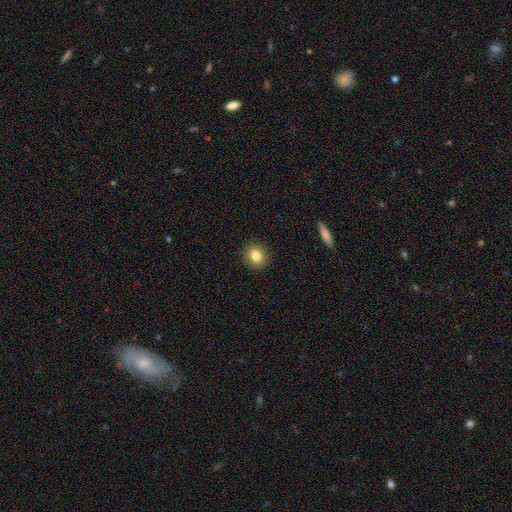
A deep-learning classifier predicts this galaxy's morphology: Overall: smooth (82%). How rounded: round (83%). Merging: none (91%).